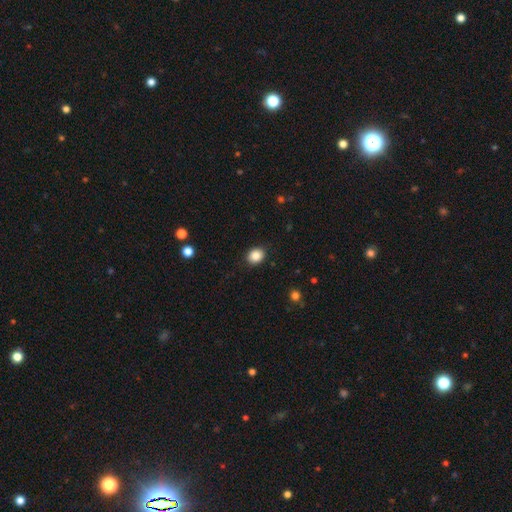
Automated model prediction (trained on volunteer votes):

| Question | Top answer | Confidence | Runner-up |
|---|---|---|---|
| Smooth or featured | smooth | 86% | star or artifact (9%) |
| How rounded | round | 58% | in between (42%) |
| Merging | none | 90% | minor disturbance (7%) |